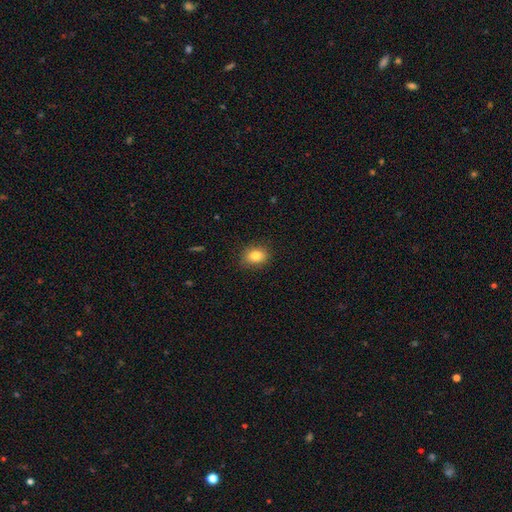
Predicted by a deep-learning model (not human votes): Smooth or featured: smooth — 84% (star or artifact — 9%)
How rounded: in between — 62% (round — 36%)
Merging: none — 86% (minor disturbance — 10%)